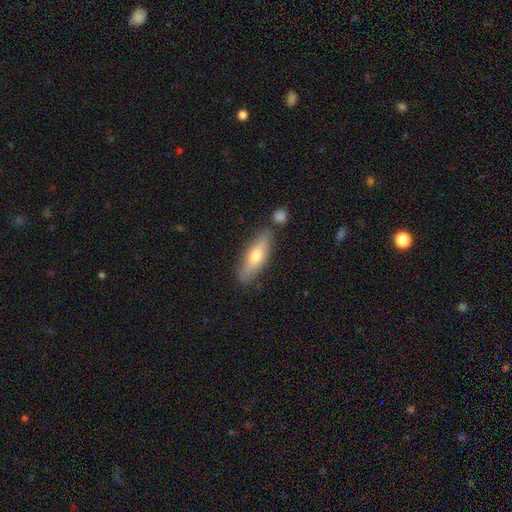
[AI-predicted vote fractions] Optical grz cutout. It shows a smooth galaxy with no disk features (58%) that is cigar-shaped (49%). Merging: none (76%).